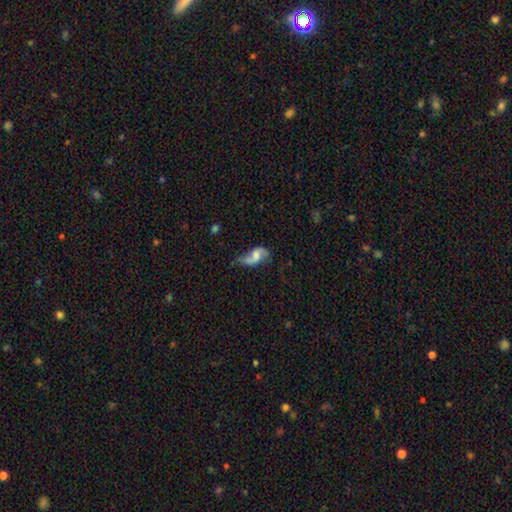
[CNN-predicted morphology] Smooth or featured? Predicted: featured or disk (p=0.72). Edge-on disk? Predicted: no (p=0.96). Bar? Predicted: weak (p=0.44). Spiral arms? Predicted: yes (p=0.91). Spiral winding? Predicted: loose (p=0.76). Spiral arm count? Predicted: 2 (p=0.86). Bulge size? Predicted: moderate (p=0.37). Merging? Predicted: none (p=0.50).